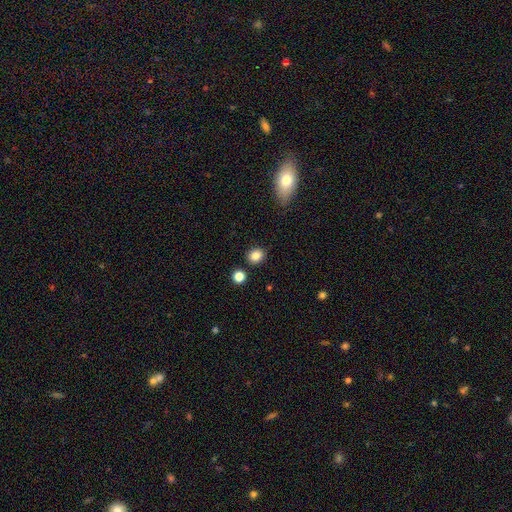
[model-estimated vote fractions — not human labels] Morphology: type=smooth (85%); roundness=round (72%); merging=none (86%).